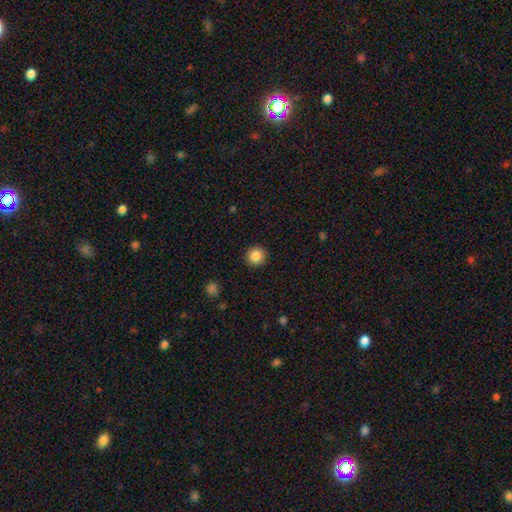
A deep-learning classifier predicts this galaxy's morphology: Overall: smooth (86%). How rounded: round (95%). Merging: none (92%).